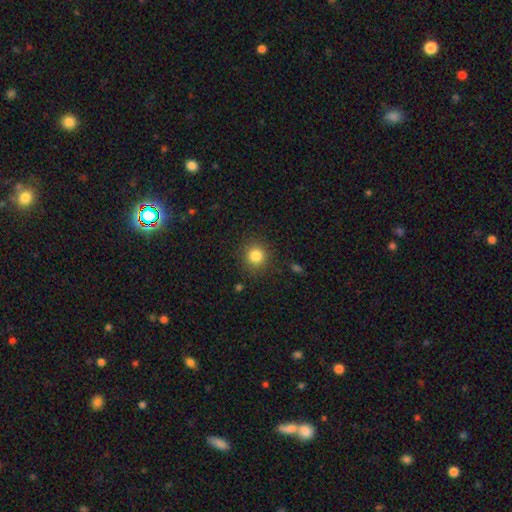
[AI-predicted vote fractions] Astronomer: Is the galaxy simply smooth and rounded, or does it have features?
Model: smooth — 83%.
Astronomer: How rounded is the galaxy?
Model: round — 92%.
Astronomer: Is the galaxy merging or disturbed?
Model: none — 88%.